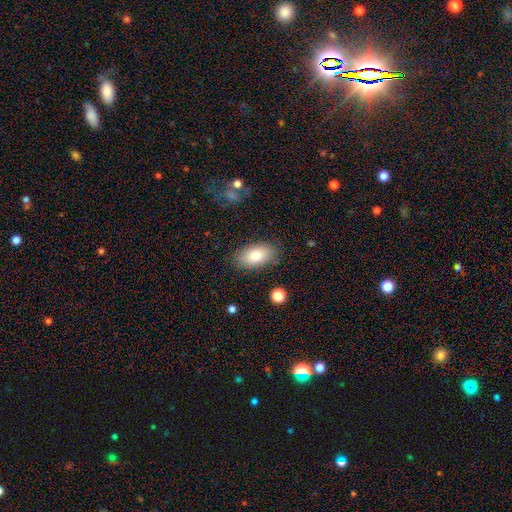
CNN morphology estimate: Smooth or featured? Predicted: smooth (p=0.80). How rounded? Predicted: in between (p=0.93). Merging? Predicted: none (p=0.84).